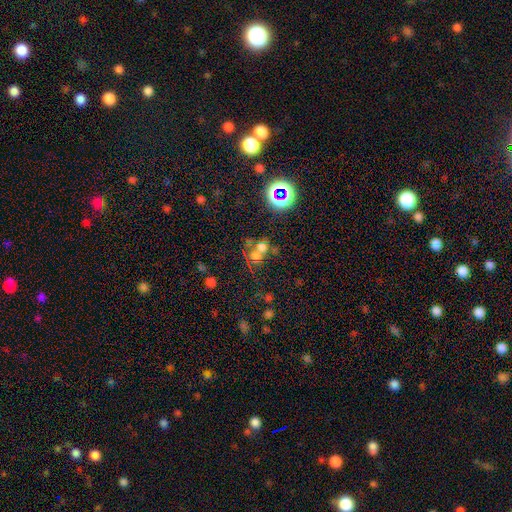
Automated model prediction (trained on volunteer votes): Smooth or featured? Predicted: smooth (p=0.52). How rounded? Predicted: round (p=0.76). Merging? Predicted: merger (p=0.47).